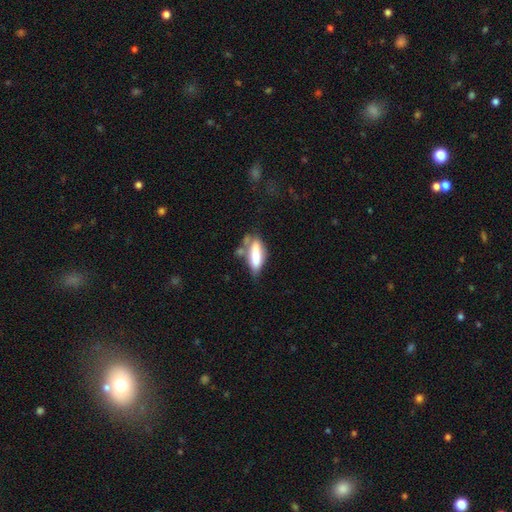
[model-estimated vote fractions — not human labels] Smooth or featured: smooth — 69% (featured or disk — 24%)
How rounded: cigar-shaped — 49% (tied with in between — 49%)
Merging: none — 41% (minor disturbance — 27%)